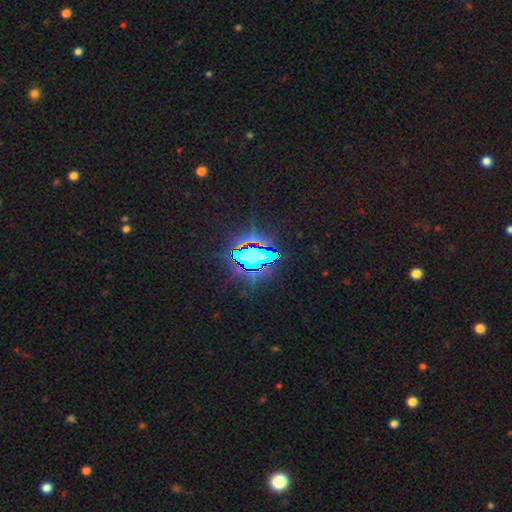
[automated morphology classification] This is likely a star or artifact rather than a galaxy (68%).